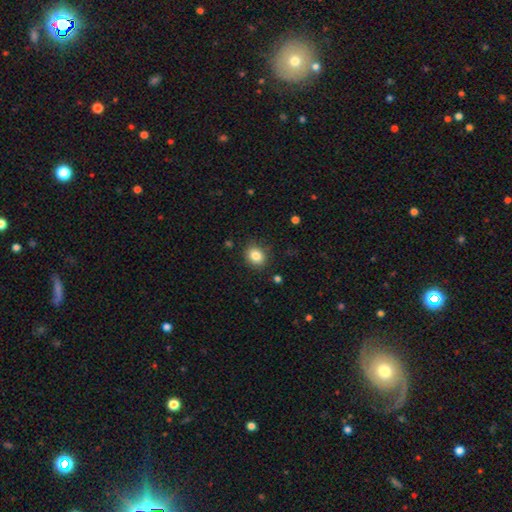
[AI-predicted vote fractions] This is clearly a smooth galaxy (84%). How rounded: possibly round (55%). Merging: clearly none (86%).